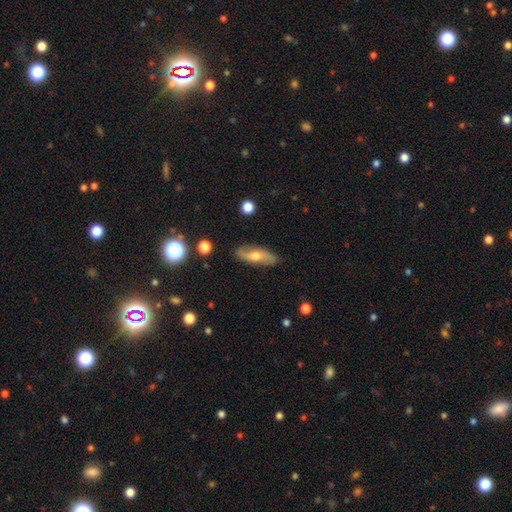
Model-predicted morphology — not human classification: Smooth or featured? featured or disk (50%)
Merging? none (81%)